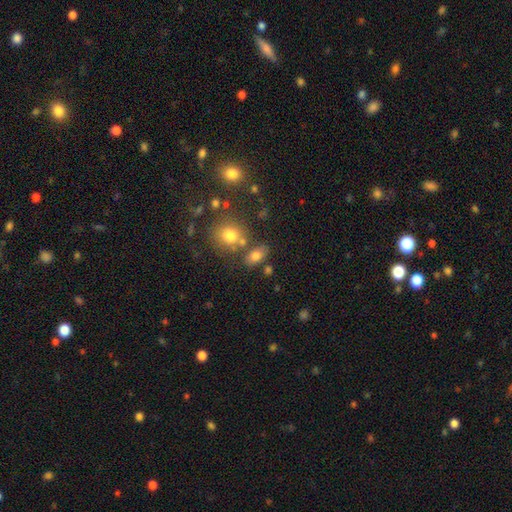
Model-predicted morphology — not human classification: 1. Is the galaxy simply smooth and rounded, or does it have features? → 76% smooth, 12% star or artifact, 12% featured or disk.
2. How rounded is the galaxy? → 81% in between, 15% round, 4% cigar-shaped.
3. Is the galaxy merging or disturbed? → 66% none, 17% merger, 13% minor disturbance, 4% major disturbance.